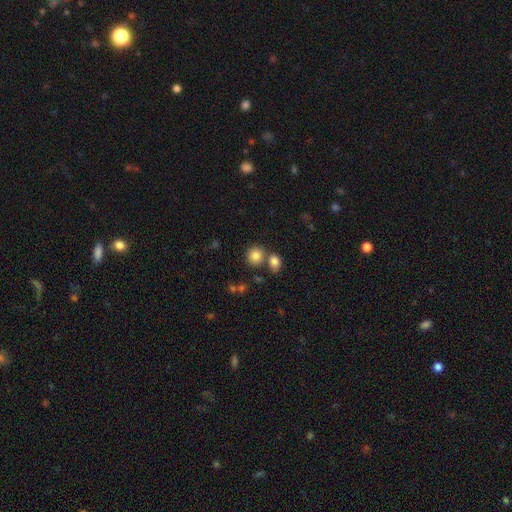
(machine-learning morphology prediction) Smooth or featured? Predicted: smooth (p=0.84). How rounded? Predicted: round (p=0.85). Merging? Predicted: none (p=0.63).